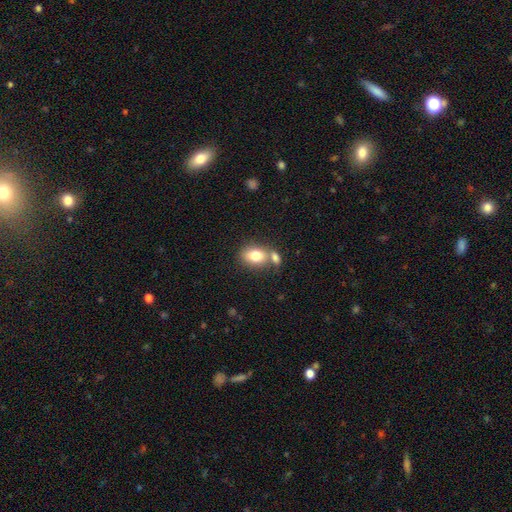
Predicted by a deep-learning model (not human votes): Smooth or featured?
  - smooth: 78% *
  - featured or disk: 14%
  - star or artifact: 9%
How rounded?
  - in between: 74% *
  - round: 25%
  - cigar-shaped: 2%
Merging?
  - none: 50% *
  - merger: 33%
  - minor disturbance: 12%
  - major disturbance: 4%